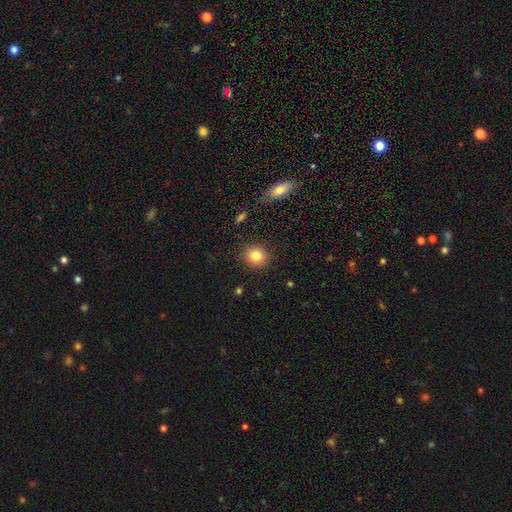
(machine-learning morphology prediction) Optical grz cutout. It shows a smooth galaxy with no disk features (81%) that is round (89%). Merging: none (90%).